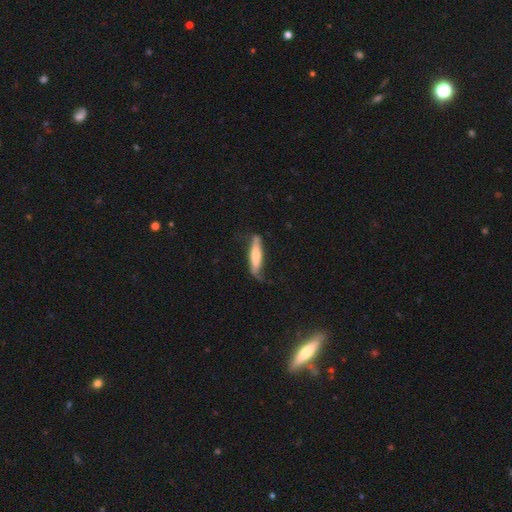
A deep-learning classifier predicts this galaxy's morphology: This is possibly a smooth galaxy (59%). How rounded: clearly cigar-shaped (81%). Merging: likely none (61%).